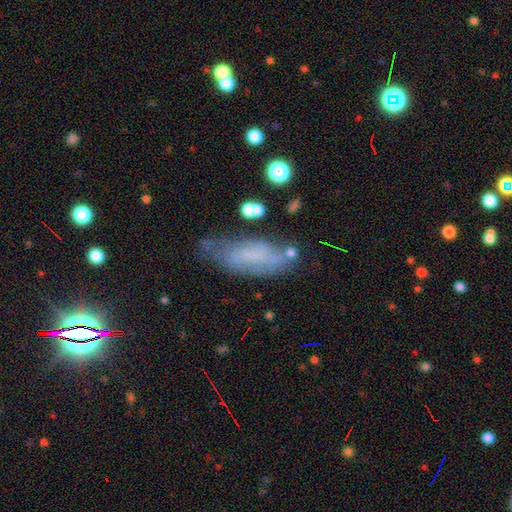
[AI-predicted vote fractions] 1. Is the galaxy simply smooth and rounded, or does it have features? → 44% featured or disk, 43% smooth, 12% star or artifact.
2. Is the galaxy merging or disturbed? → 55% none, 27% minor disturbance, 12% major disturbance, 5% merger.